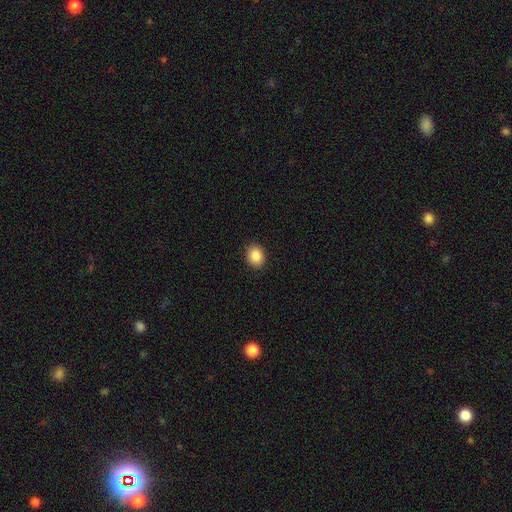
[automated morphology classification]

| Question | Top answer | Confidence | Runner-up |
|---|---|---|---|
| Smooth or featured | smooth | 87% | star or artifact (8%) |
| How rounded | in between | 50% | round (49%) |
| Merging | none | 91% | minor disturbance (6%) |